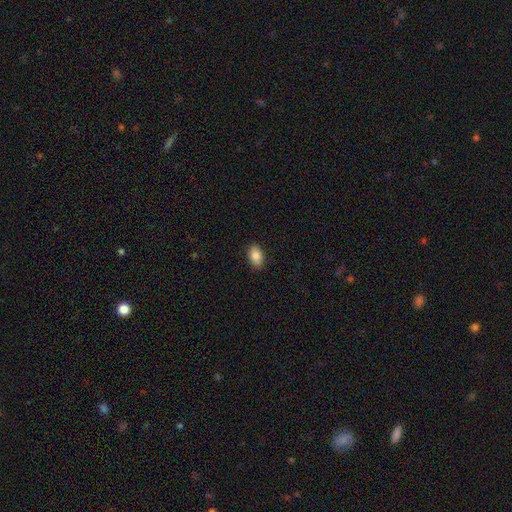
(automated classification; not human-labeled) A smooth galaxy with no disk features (85%) that is in between round and cigar-shaped (90%).

Vote fractions:
- Smooth or featured? smooth: 85% / featured or disk: 8% / star or artifact: 7%
- How rounded? in between: 90% / round: 9% / cigar-shaped: 1%
- Merging? none: 89% / minor disturbance: 9% / major disturbance: 2% / merger: 1%